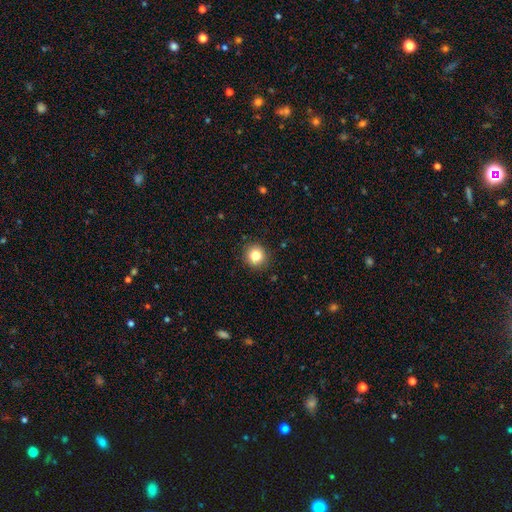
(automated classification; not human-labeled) This appears to be a smooth galaxy with no disk features (83%) that is round (92%). Merging: none (91%).